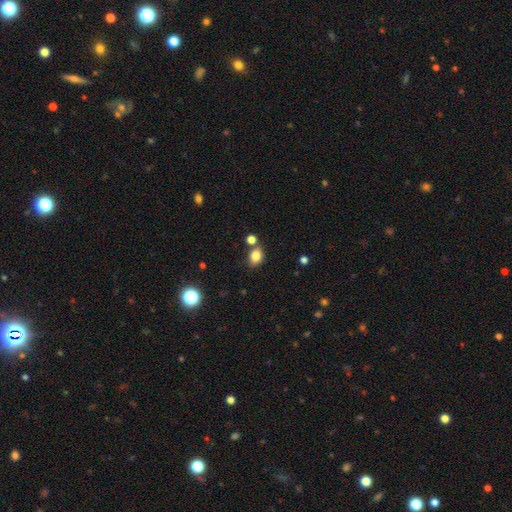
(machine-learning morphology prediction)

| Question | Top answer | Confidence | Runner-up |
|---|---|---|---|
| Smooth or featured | smooth | 82% | star or artifact (12%) |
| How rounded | in between | 62% | round (36%) |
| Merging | none | 69% | merger (14%) |